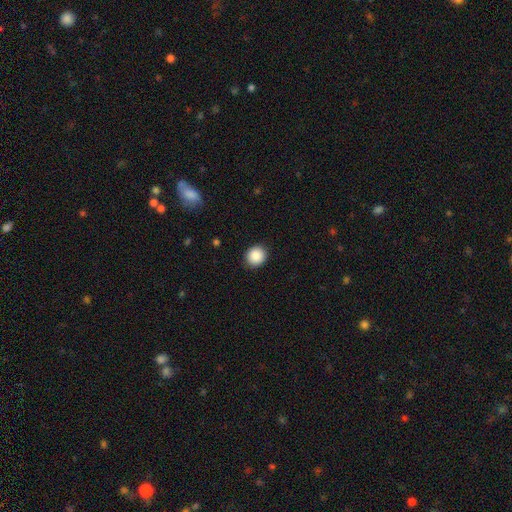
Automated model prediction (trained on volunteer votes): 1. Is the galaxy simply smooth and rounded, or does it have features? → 89% smooth, 8% star or artifact, 3% featured or disk.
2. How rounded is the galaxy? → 85% round, 14% in between, 1% cigar-shaped.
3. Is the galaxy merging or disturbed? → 91% none, 6% minor disturbance, 2% major disturbance, 1% merger.